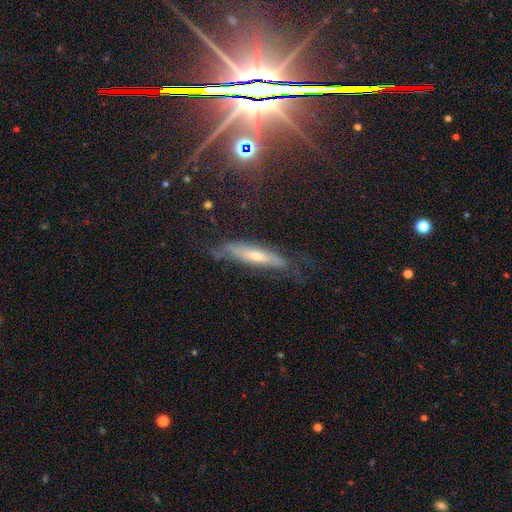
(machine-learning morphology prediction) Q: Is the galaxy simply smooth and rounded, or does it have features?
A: featured or disk — 60%.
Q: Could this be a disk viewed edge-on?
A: yes — 63%.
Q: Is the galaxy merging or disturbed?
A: none — 60%.